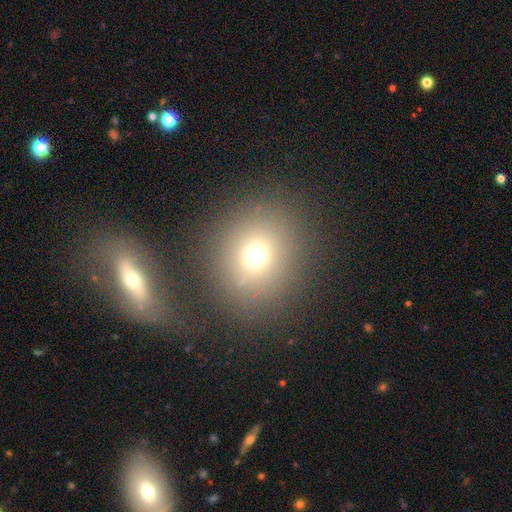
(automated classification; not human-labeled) Smooth or featured? smooth (68%)
How rounded? round (83%)
Merging? none (83%)